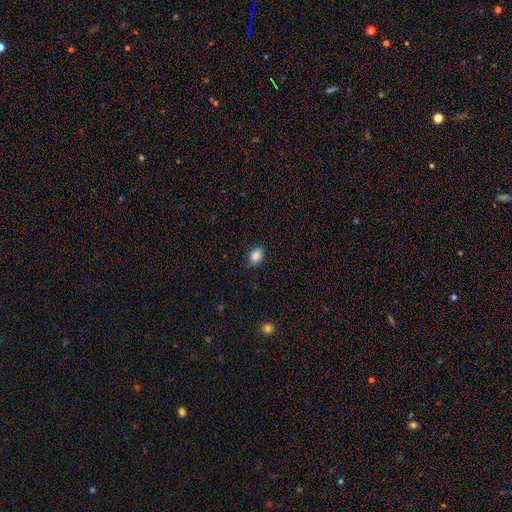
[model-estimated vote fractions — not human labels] Overall: smooth (85%). How rounded: in between (50%; round 49%). Merging: none (88%).